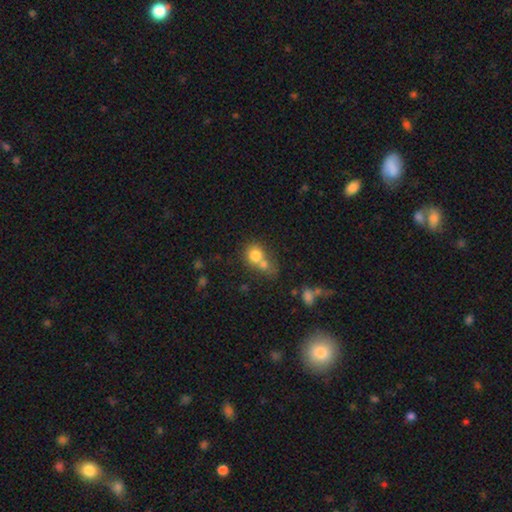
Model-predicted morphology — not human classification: Smooth or featured: smooth — 76% (featured or disk — 14%)
How rounded: round — 75% (in between — 23%)
Merging: merger — 56% (none — 31%)